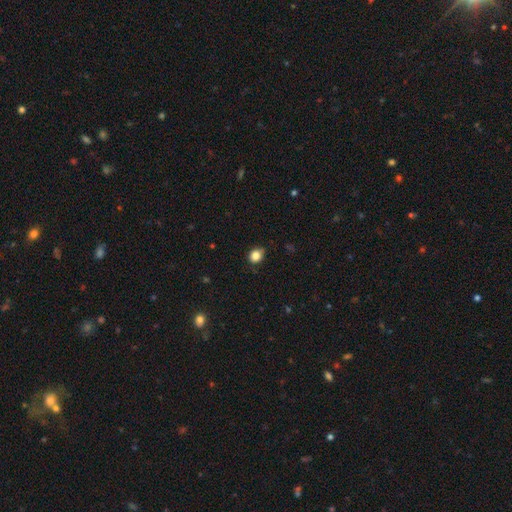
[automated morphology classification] A smooth galaxy with no disk features (83%) that is round (64%).

Vote fractions:
- Smooth or featured? smooth: 83% / star or artifact: 11% / featured or disk: 6%
- How rounded? round: 64% / in between: 35% / cigar-shaped: 1%
- Merging? none: 78% / minor disturbance: 18% / major disturbance: 3% / merger: 1%